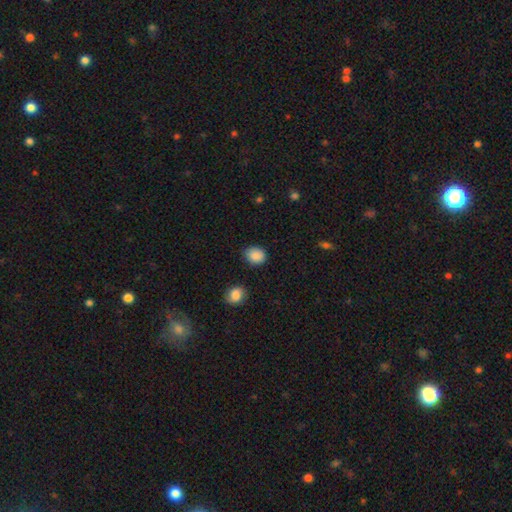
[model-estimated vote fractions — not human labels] This appears to be a smooth galaxy with no disk features (88%) that is round (58%). Merging: none (82%).